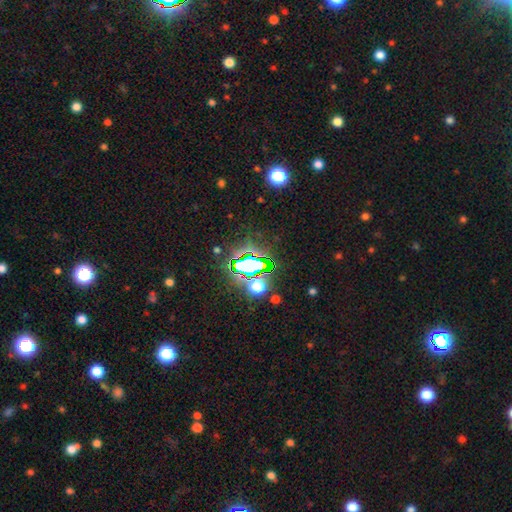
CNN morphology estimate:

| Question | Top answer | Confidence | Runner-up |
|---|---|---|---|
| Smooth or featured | star or artifact | 76% | smooth (14%) |